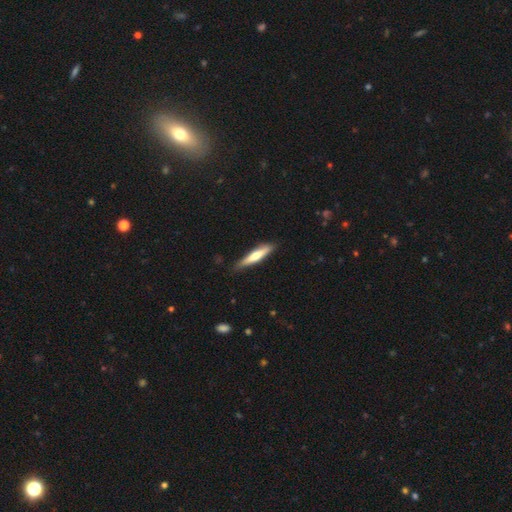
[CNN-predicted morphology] The model was most divided on "smooth or featured": smooth: 57%, featured or disk: 38%, star or artifact: 5%. More confident: how rounded — cigar-shaped (86%); merging — none (82%).